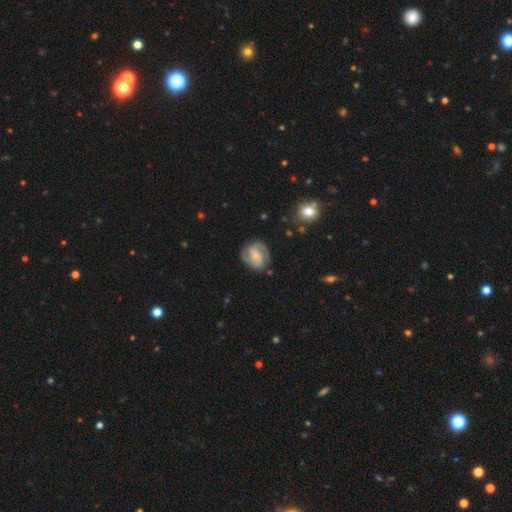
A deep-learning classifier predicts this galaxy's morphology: Smooth or featured?
  - featured or disk: 71% *
  - smooth: 23%
  - star or artifact: 6%
Edge-on disk?
  - no: 97% *
  - yes: 3%
Bar?
  - no: 52% *
  - weak: 35%
  - strong: 12%
Spiral arms?
  - yes: 89% *
  - no: 11%
Spiral winding?
  - tight: 47% *
  - medium: 40%
  - loose: 13%
Spiral arm count?
  - 2: 71% *
  - can't tell: 15%
  - 3: 7%
  - 1: 4%
  - 4: 2%
  - more than 4: 2%
Bulge size?
  - small: 62% *
  - moderate: 30%
  - none: 4%
  - large: 2%
  - dominant: 1%
Merging?
  - none: 72% *
  - minor disturbance: 18%
  - major disturbance: 8%
  - merger: 2%